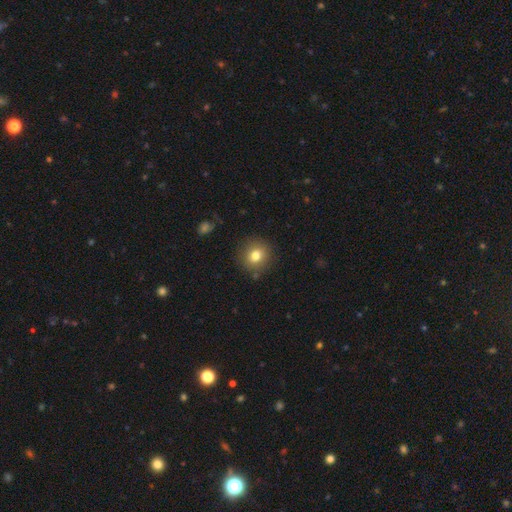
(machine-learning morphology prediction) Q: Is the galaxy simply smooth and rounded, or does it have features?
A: smooth — 79%.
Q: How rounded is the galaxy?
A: round — 88%.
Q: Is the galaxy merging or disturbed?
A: none — 87%.